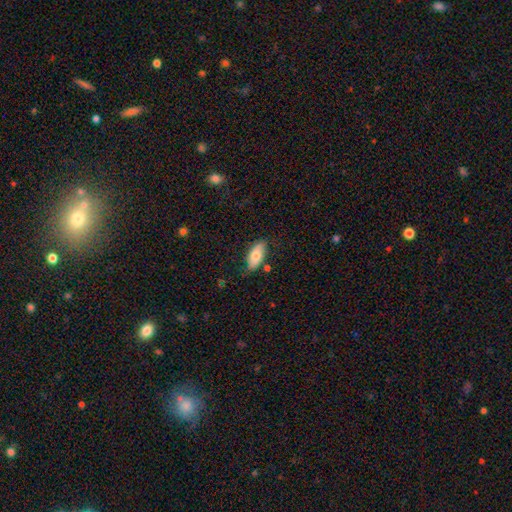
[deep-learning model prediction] Morphology: type=smooth (72%); roundness=in between (90%); merging=none (74%).